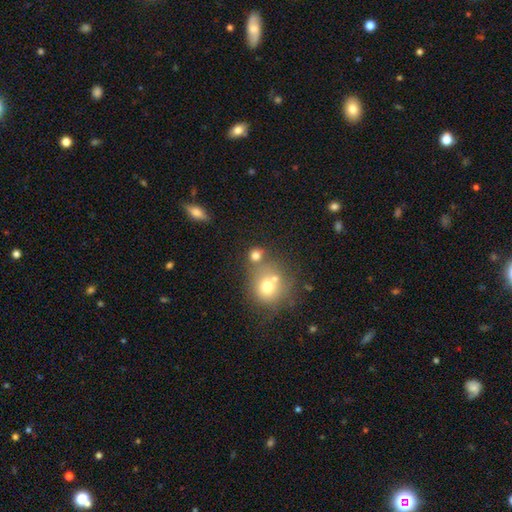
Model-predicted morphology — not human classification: smooth 74%, star or artifact 15%, featured or disk 11%. Down the decision tree: how rounded — round (79%); merging — none (52%).